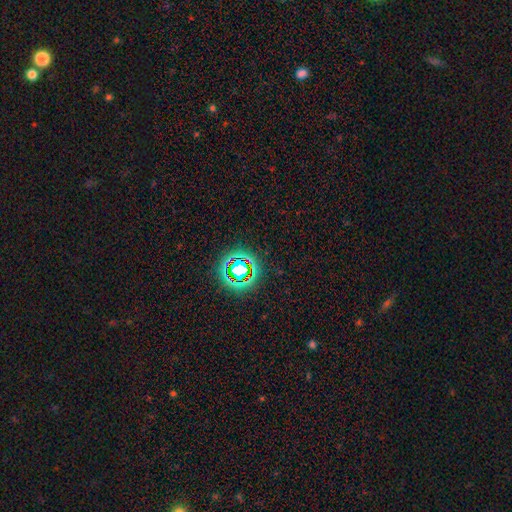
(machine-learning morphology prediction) Smooth or featured: star or artifact — 75% (smooth — 17%)